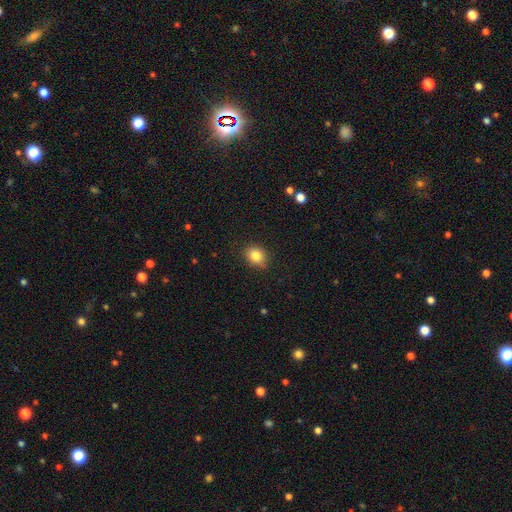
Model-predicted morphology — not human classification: The model was most divided on "how rounded": round: 58%, in between: 41%, cigar-shaped: 1%. More confident: merging — none (85%); smooth or featured — smooth (84%).